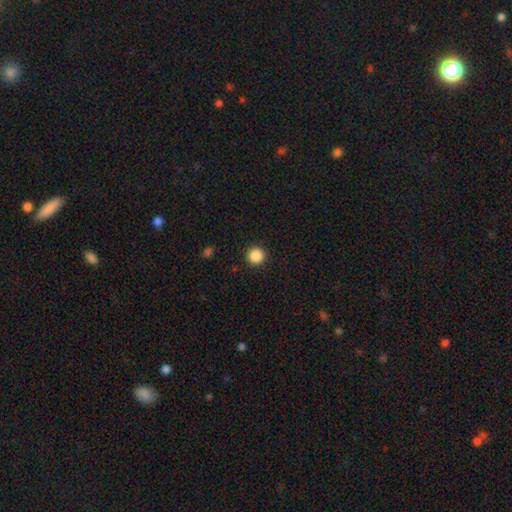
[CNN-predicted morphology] smooth-or-featured: smooth: 87% | star or artifact: 10% | featured or disk: 3%
  how-rounded: round: 95% | in between: 4% | cigar-shaped: 1%
  merging: none: 93% | minor disturbance: 5% | major disturbance: 2% | merger: 1%